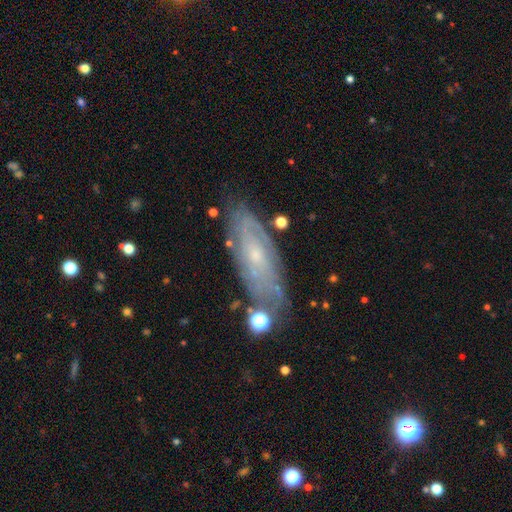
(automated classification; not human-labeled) Smooth or featured? Predicted: featured or disk (p=0.73). Edge-on disk? Predicted: no (p=0.83). Bar? Predicted: no (p=0.73). Spiral arms? Predicted: yes (p=0.85). Spiral winding? Predicted: tight (p=0.67). Spiral arm count? Predicted: can't tell (p=0.62). Bulge size? Predicted: small (p=0.74). Merging? Predicted: none (p=0.72).